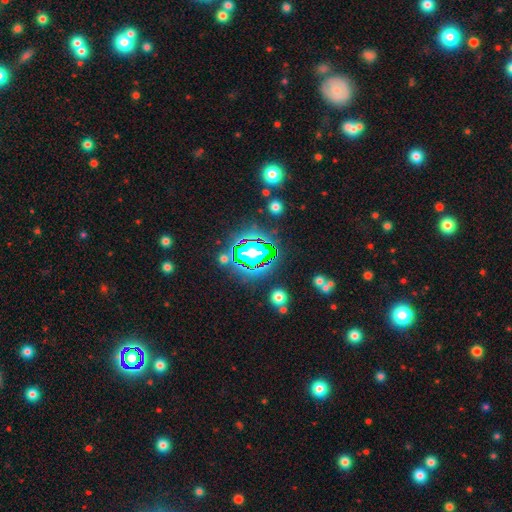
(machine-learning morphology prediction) Smooth or featured?
  - star or artifact: 73% *
  - smooth: 16%
  - featured or disk: 11%